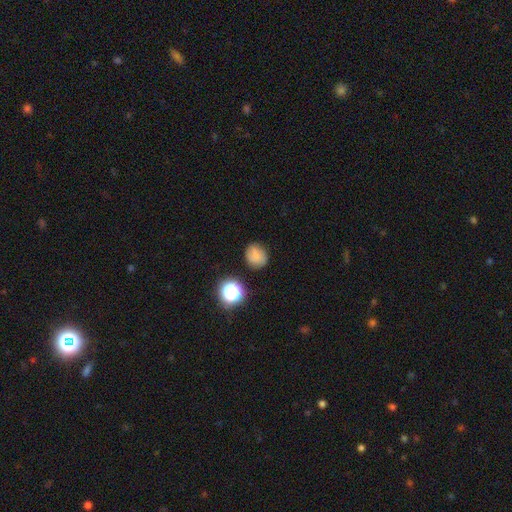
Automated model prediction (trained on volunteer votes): Q: Smooth or featured?
A: smooth (71%); runner-up: star or artifact (15%)
Q: How rounded?
A: round (73%); runner-up: in between (26%)
Q: Merging?
A: none (77%); runner-up: minor disturbance (16%)